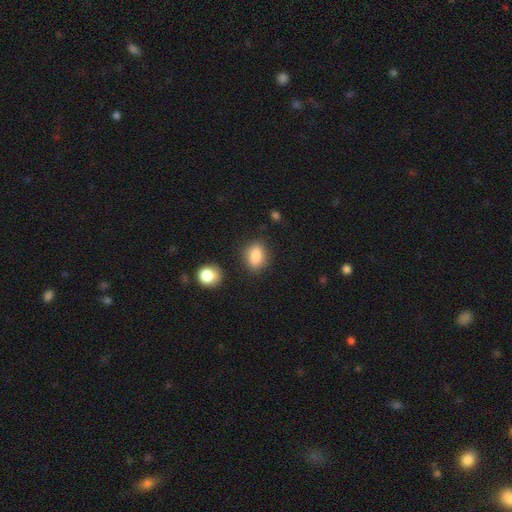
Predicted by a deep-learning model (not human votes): Smooth or featured?
  - smooth: 85% *
  - star or artifact: 9%
  - featured or disk: 7%
How rounded?
  - in between: 70% *
  - round: 28%
  - cigar-shaped: 2%
Merging?
  - none: 81% *
  - minor disturbance: 12%
  - merger: 4%
  - major disturbance: 3%